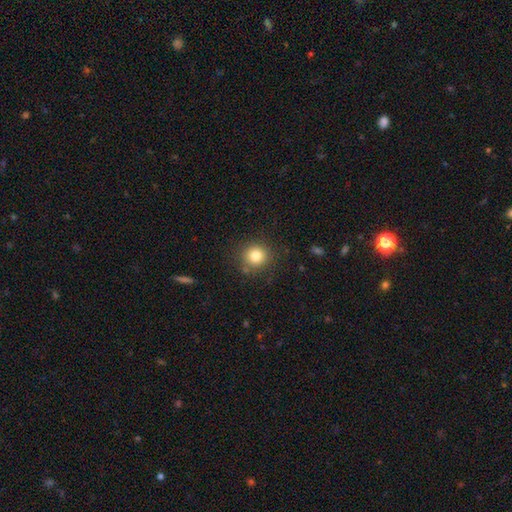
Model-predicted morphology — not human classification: type=smooth (81%); roundness=round (90%); merging=none (86%).